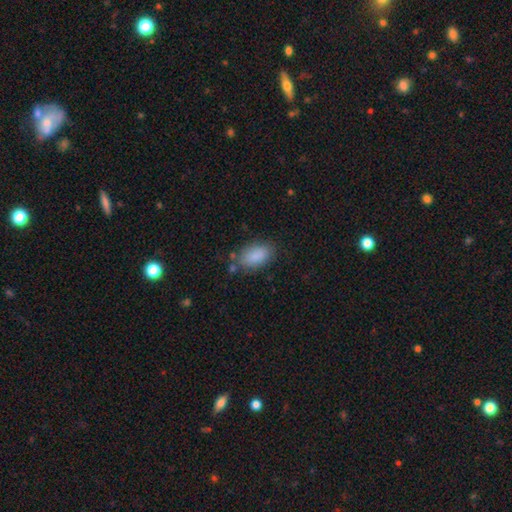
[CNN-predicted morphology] Smooth or featured?
  - smooth: 87% *
  - star or artifact: 7%
  - featured or disk: 5%
How rounded?
  - in between: 92% *
  - round: 5%
  - cigar-shaped: 3%
Merging?
  - none: 74% *
  - minor disturbance: 16%
  - major disturbance: 5%
  - merger: 5%